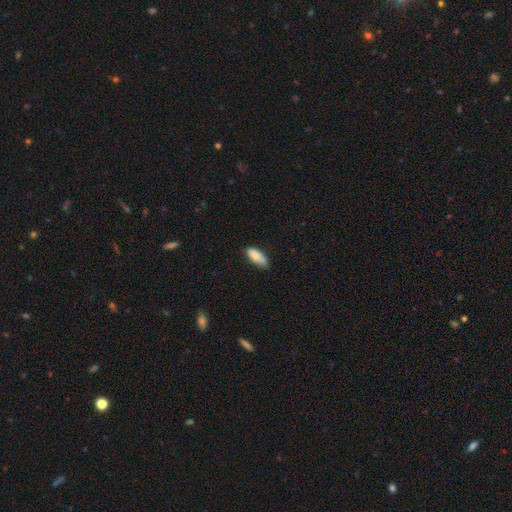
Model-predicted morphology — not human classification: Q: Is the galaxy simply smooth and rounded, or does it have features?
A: smooth — 86%.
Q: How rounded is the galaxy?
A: in between — 78%.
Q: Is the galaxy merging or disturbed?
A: none — 72%.